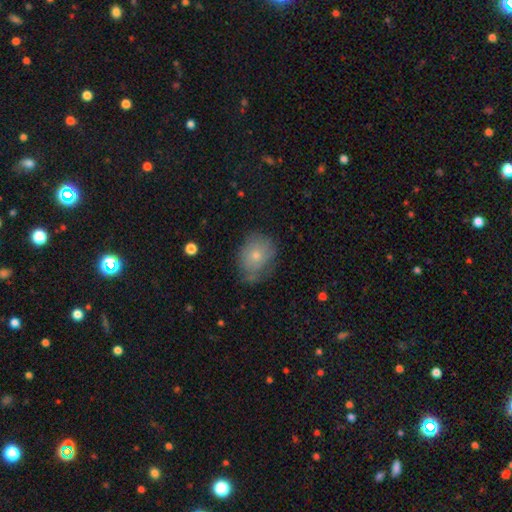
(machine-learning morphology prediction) Smooth or featured? Predicted: smooth (p=0.70). How rounded? Predicted: round (p=0.50). Merging? Predicted: none (p=0.55).